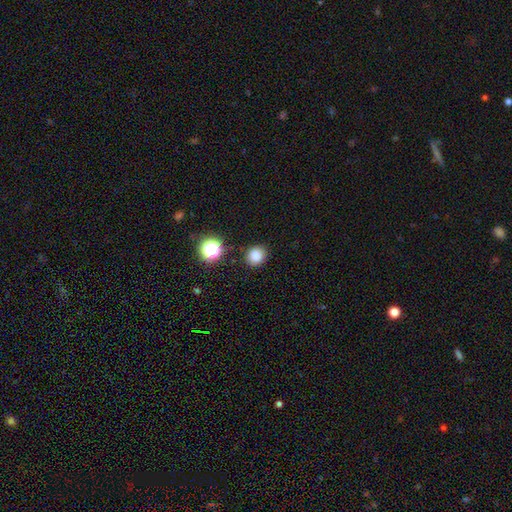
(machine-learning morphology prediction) smooth-or-featured: smooth: 81% | star or artifact: 14% | featured or disk: 5%
  how-rounded: round: 81% | in between: 18% | cigar-shaped: 1%
  merging: none: 87% | minor disturbance: 8% | merger: 3% | major disturbance: 2%